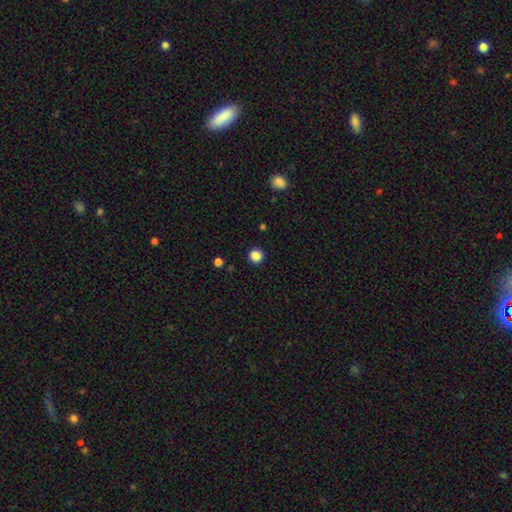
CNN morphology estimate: smooth_or_featured: smooth (p=0.86) [alt: star or artifact p=0.11]
how_rounded: round (p=0.93) [alt: in between p=0.06]
merging: none (p=0.91) [alt: minor disturbance p=0.06]